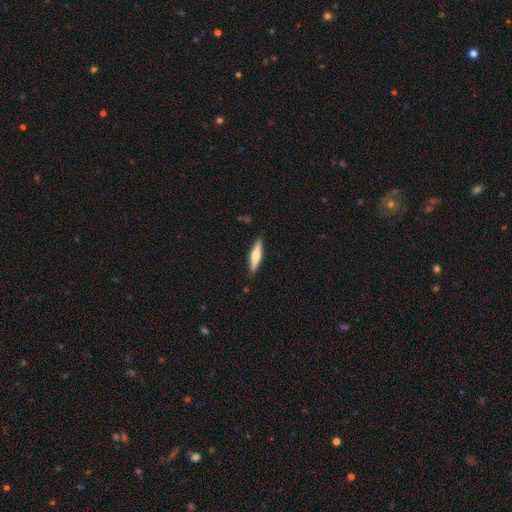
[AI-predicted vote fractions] A smooth galaxy with no disk features (56%) that is cigar-shaped (76%). Merging: none (88%).